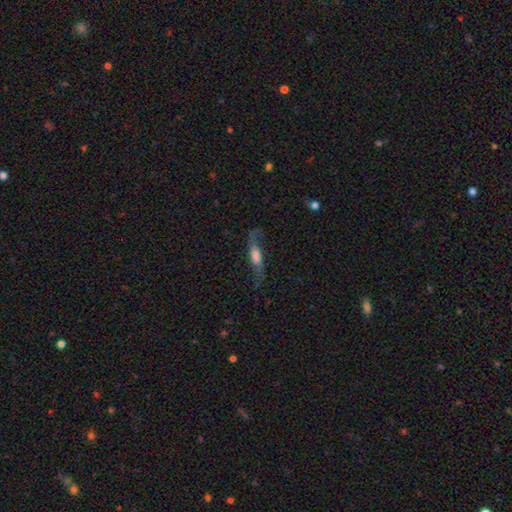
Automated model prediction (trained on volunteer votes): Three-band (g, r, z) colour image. It shows a featured or disk galaxy (67%). Merging: none (63%).